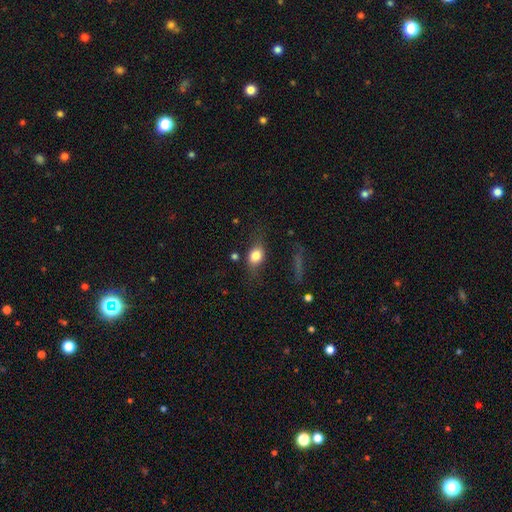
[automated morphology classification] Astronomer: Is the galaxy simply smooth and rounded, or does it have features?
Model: smooth — 74%.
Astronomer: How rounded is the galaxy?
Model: in between — 67%.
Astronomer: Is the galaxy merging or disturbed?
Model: none — 57%.